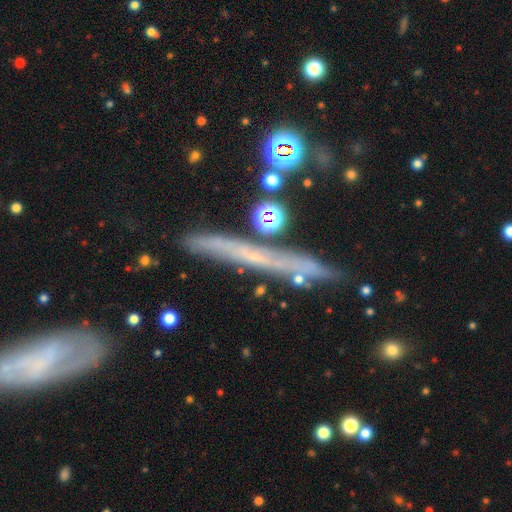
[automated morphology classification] This appears to be a featured or disk galaxy (59%) viewed edge-on (90%) with no central bulge (83%). Merging: none (78%).